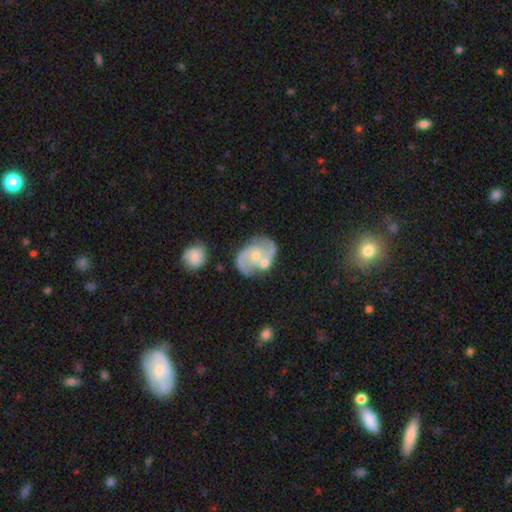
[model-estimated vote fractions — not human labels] smooth-or-featured: featured or disk: 84% | smooth: 10% | star or artifact: 6%
  disk-edge-on: no: 98% | yes: 2%
    bar: no: 68% | weak: 27% | strong: 6%
    has-spiral-arms: yes: 94% | no: 6%
      spiral-winding: medium: 54% | tight: 30% | loose: 16%
      spiral-arm-count: 2: 87% | can't tell: 5% | 3: 3% | 1: 2% | 4: 1% | more than 4: 1%
    bulge-size: moderate: 53% | small: 41% | none: 2% | large: 2% | dominant: 1%
  merging: none: 56% | merger: 21% | minor disturbance: 17% | major disturbance: 6%